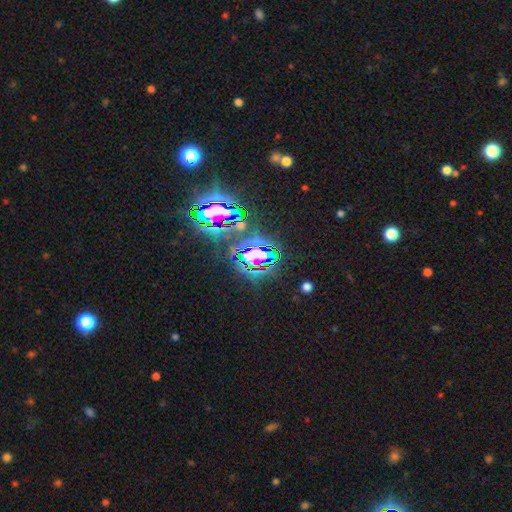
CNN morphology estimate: Smooth or featured? Predicted: star or artifact (p=0.79).